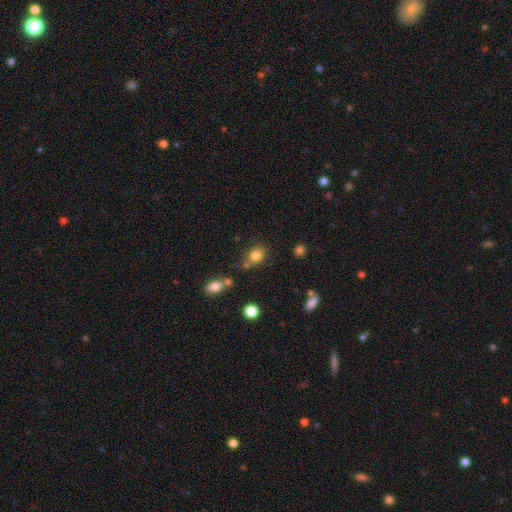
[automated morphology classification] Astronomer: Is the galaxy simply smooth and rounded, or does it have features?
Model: smooth — 81%.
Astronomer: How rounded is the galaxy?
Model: round — 71%.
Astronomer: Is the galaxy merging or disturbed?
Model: none — 63%.